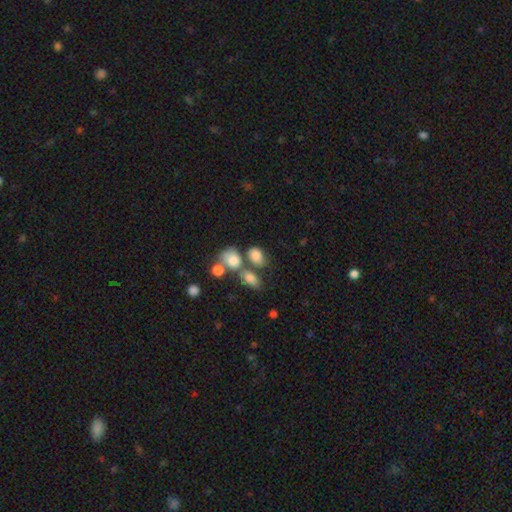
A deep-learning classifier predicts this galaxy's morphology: smooth-or-featured: smooth: 78% | featured or disk: 12% | star or artifact: 10%
  how-rounded: in between: 72% | round: 26% | cigar-shaped: 2%
  merging: none: 40% | merger: 38% | minor disturbance: 14% | major disturbance: 8%